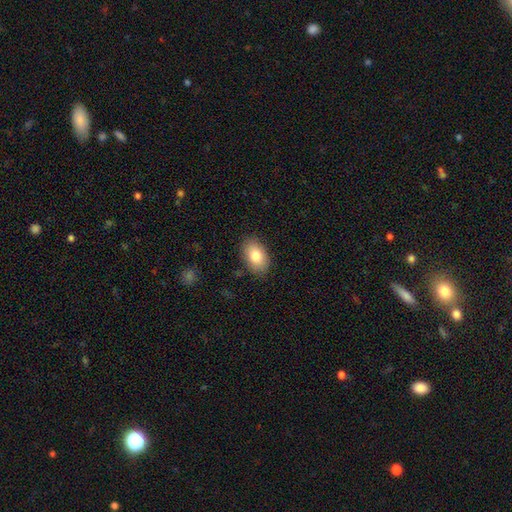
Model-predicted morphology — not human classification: smooth_or_featured: smooth (p=0.81) [alt: featured or disk p=0.12]
how_rounded: in between (p=0.90) [alt: round p=0.09]
merging: none (p=0.86) [alt: minor disturbance p=0.10]